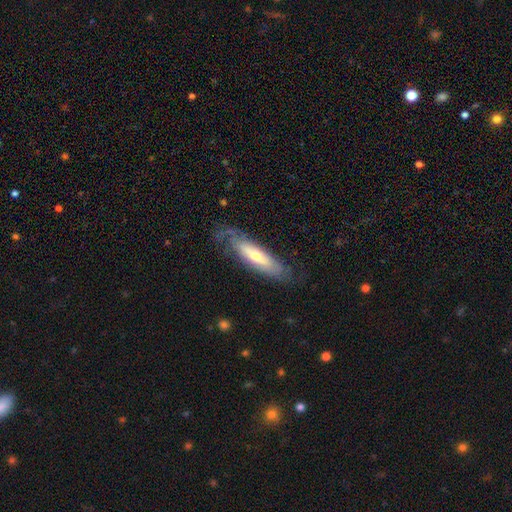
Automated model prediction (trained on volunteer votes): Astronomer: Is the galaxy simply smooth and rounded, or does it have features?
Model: featured or disk — 54% (runner-up: smooth, 40%).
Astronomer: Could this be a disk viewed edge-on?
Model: no — 58% (runner-up: yes, 42%).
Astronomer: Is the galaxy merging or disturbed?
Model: none — 64%.